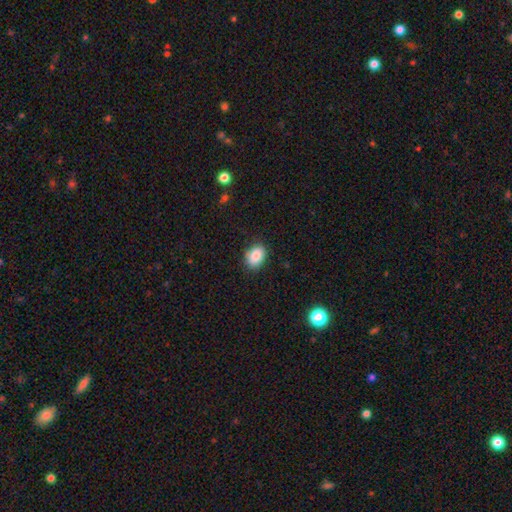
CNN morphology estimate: Smooth or featured? smooth (86%)
How rounded? in between (73%)
Merging? none (84%)